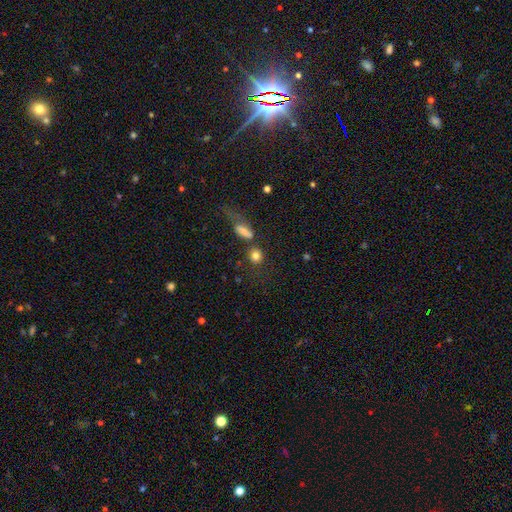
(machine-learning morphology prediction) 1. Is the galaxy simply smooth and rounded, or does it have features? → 82% smooth, 11% star or artifact, 7% featured or disk.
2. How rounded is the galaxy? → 77% round, 19% in between, 3% cigar-shaped.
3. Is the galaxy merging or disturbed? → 61% none, 17% merger, 12% minor disturbance, 9% major disturbance.